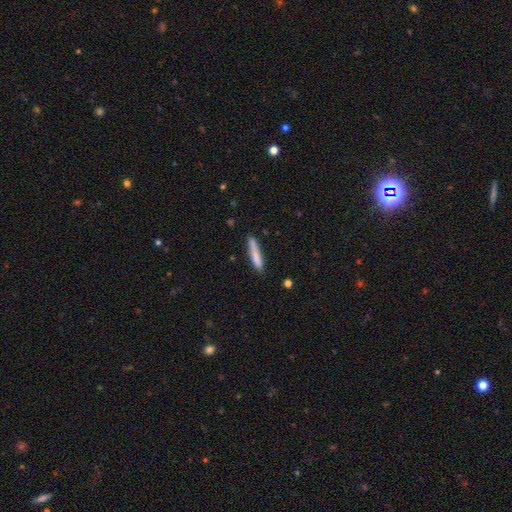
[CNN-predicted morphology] Smooth or featured?
  - smooth: 81% *
  - featured or disk: 13%
  - star or artifact: 6%
How rounded?
  - cigar-shaped: 89% *
  - in between: 10%
  - round: 1%
Merging?
  - none: 78% *
  - minor disturbance: 17%
  - major disturbance: 3%
  - merger: 2%